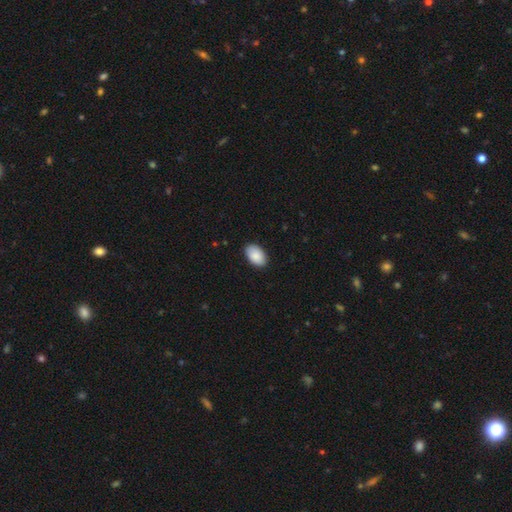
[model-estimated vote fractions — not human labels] This appears to be a smooth galaxy with no disk features (90%) that is in between round and cigar-shaped (94%). Merging: none (88%).